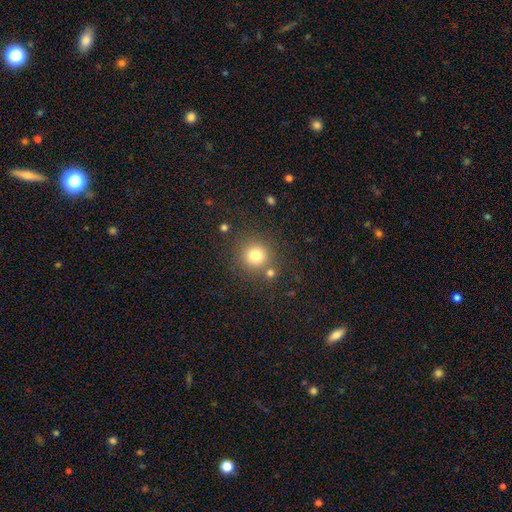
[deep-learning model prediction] A smooth galaxy with no disk features (78%) that is round (92%). Merging: none (77%).